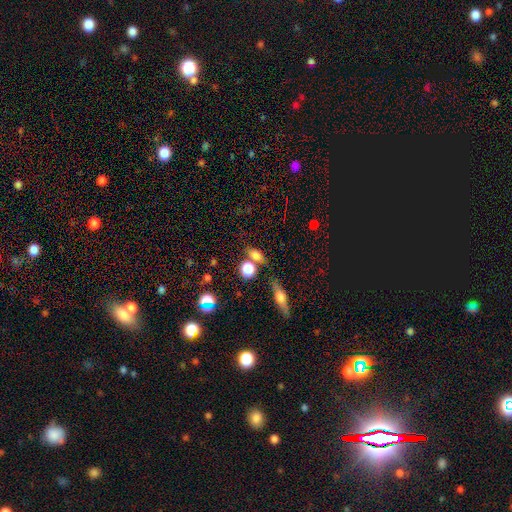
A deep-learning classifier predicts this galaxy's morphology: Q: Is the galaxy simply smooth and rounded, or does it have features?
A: smooth — 76%.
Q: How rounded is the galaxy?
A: in between — 62%.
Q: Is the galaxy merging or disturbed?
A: none — 63%.